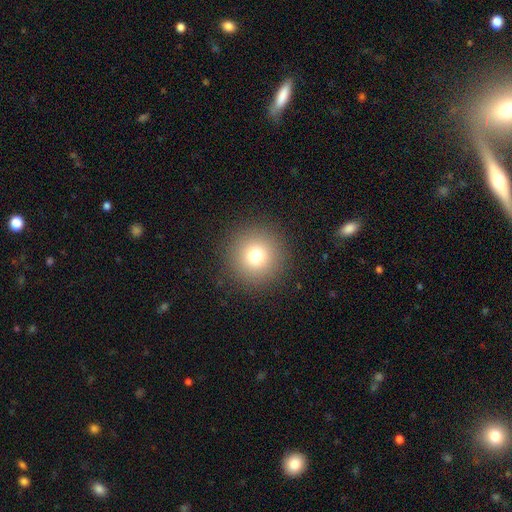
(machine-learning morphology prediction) Smooth or featured: smooth — 75% (star or artifact — 15%)
How rounded: round — 96% (in between — 3%)
Merging: none — 91% (minor disturbance — 5%)